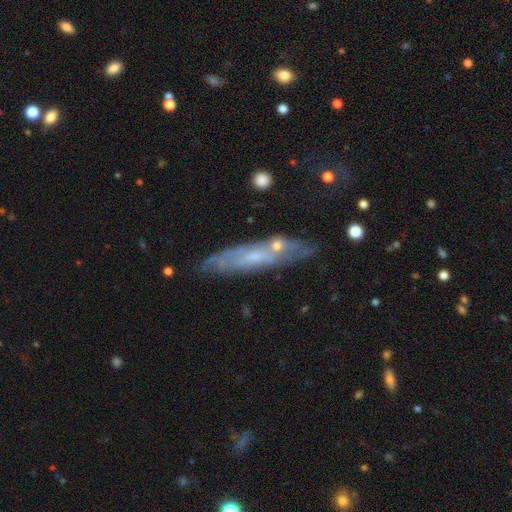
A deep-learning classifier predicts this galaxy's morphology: smooth_or_featured: featured or disk (p=0.61) [alt: smooth p=0.31]
disk_edge_on: yes (p=0.50) [tied with: no p=0.50]
merging: none (p=0.68) [alt: minor disturbance p=0.19]